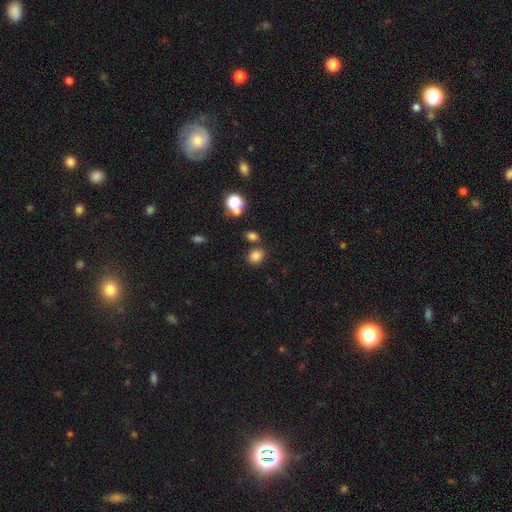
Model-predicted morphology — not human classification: The model was most divided on "how rounded": round: 55%, in between: 44%, cigar-shaped: 1%. More confident: smooth or featured — smooth (81%); merging — none (74%).